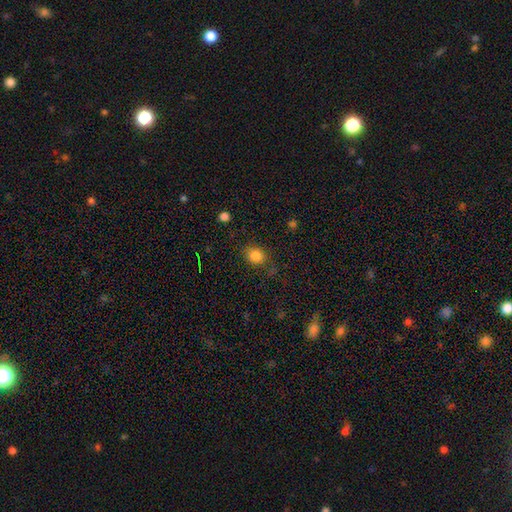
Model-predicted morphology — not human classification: Smooth or featured?
  - smooth: 83% *
  - star or artifact: 11%
  - featured or disk: 6%
How rounded?
  - round: 60% *
  - in between: 39%
  - cigar-shaped: 1%
Merging?
  - none: 76% *
  - minor disturbance: 16%
  - major disturbance: 6%
  - merger: 2%